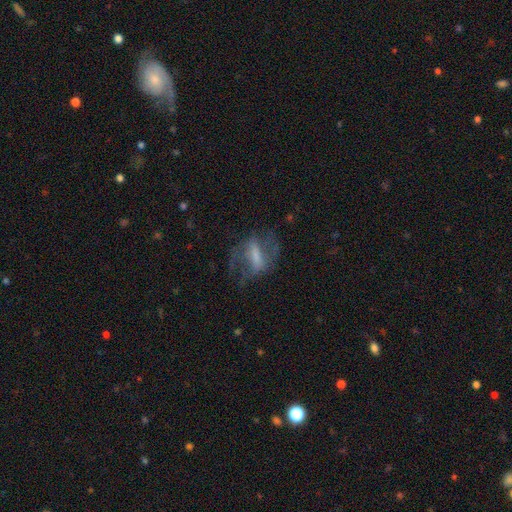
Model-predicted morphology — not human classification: This is likely a featured or disk galaxy (64%). It is clearly not viewed edge-on (88%). Bar: possibly strong (57%). Spiral arm pattern: likely yes (65%). Central bulge: marginally none (32%). Merging: possibly none (56%).